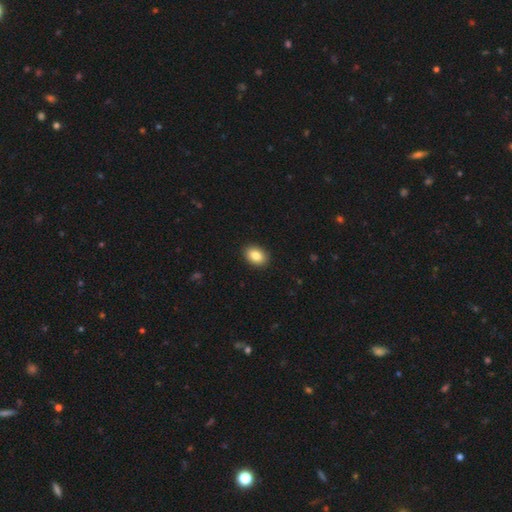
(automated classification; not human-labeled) Smooth or featured? Predicted: smooth (p=0.85). How rounded? Predicted: in between (p=0.76). Merging? Predicted: none (p=0.91).